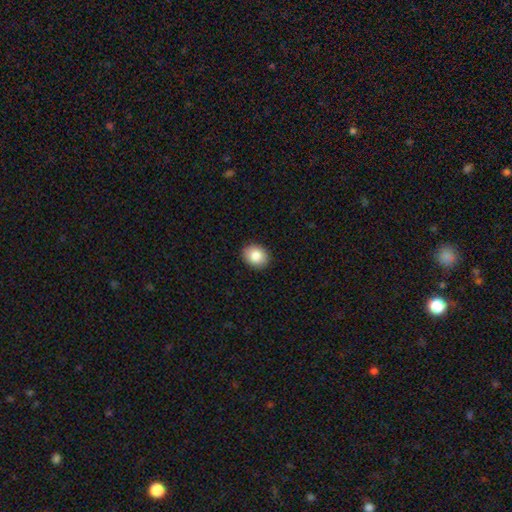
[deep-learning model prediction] smooth_or_featured: smooth (p=0.85) [alt: star or artifact p=0.08]
how_rounded: round (p=0.55) [alt: in between p=0.44]
merging: none (p=0.91) [alt: minor disturbance p=0.06]